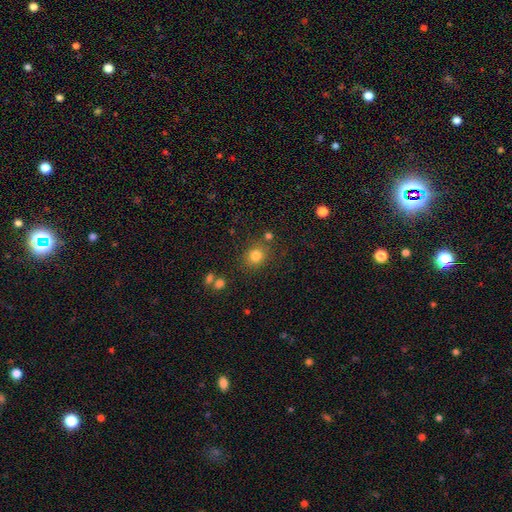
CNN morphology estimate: type=smooth (81%); roundness=round (79%); merging=none (79%).